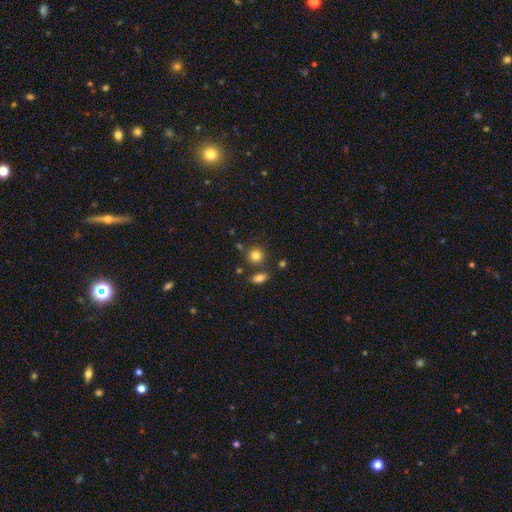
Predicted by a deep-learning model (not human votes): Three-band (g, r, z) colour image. It shows a smooth galaxy with no disk features (82%) that is round (84%). Merging: none (75%).